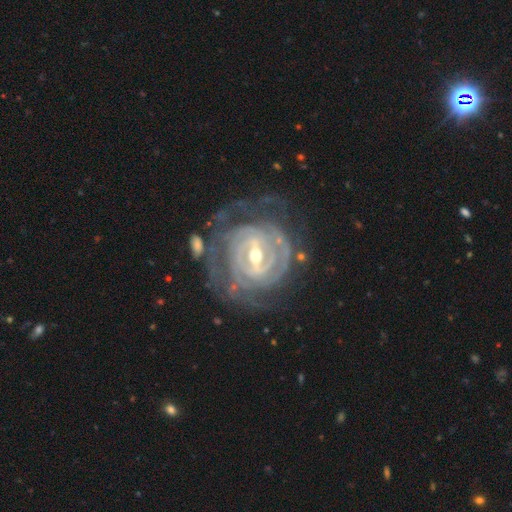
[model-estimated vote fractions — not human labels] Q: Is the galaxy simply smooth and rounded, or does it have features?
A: featured or disk — 92%.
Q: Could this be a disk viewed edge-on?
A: no — 96%.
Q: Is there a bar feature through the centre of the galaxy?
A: strong — 52%.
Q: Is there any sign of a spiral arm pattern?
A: yes — 95%.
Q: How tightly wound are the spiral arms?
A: tight — 79%.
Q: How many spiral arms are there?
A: can't tell — 32%.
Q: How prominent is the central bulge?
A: moderate — 55%.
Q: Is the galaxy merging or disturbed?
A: none — 67%.